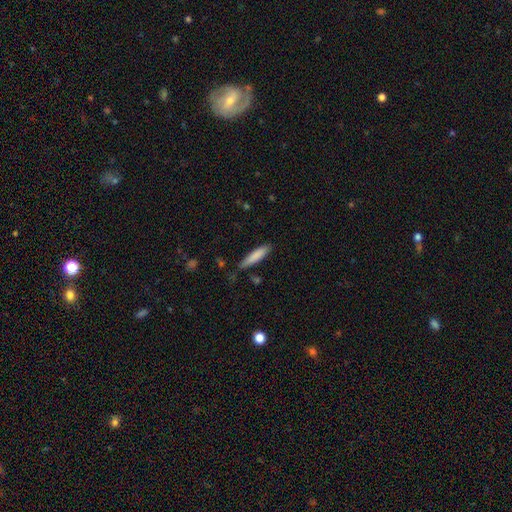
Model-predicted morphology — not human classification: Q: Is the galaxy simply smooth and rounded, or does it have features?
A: smooth — 82%.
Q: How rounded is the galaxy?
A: cigar-shaped — 83%.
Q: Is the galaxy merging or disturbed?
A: none — 77%.